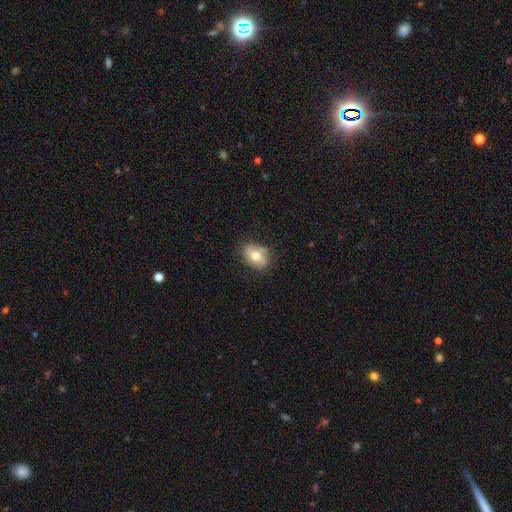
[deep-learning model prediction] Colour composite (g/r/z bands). It shows a smooth galaxy with no disk features (71%) that is in between round and cigar-shaped (65%). Merging: none (76%).